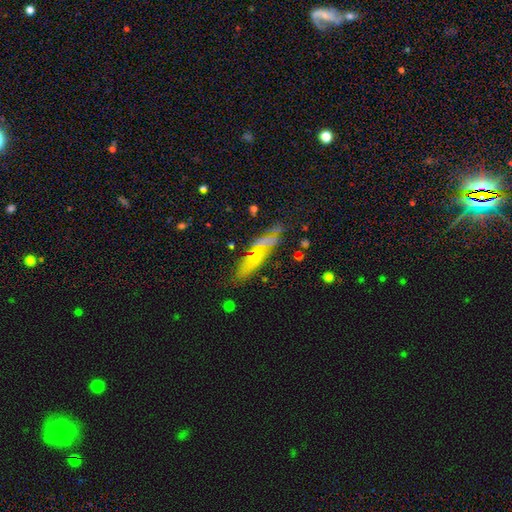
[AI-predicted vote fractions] Smooth or featured?
  - smooth: 48% *
  - featured or disk: 39%
  - star or artifact: 13%
Merging?
  - none: 64% *
  - minor disturbance: 20%
  - major disturbance: 8%
  - merger: 8%